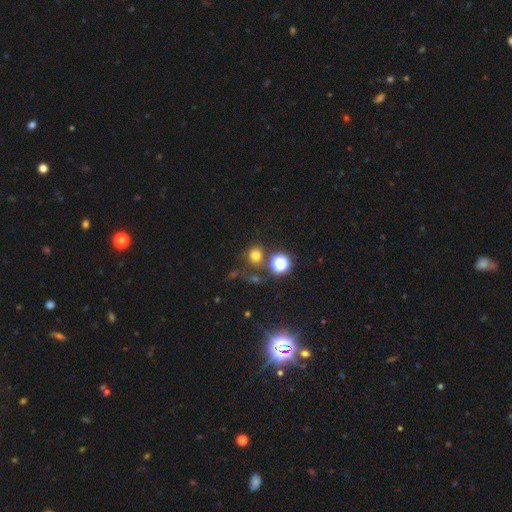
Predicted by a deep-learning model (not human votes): Smooth or featured? Predicted: smooth (p=0.70). How rounded? Predicted: round (p=0.86). Merging? Predicted: none (p=0.72).